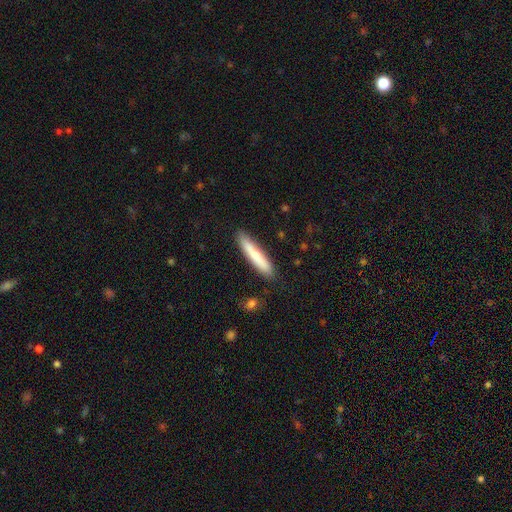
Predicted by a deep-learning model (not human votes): Q: Smooth or featured?
A: smooth (74%); runner-up: featured or disk (20%)
Q: How rounded?
A: cigar-shaped (90%); runner-up: in between (9%)
Q: Merging?
A: none (85%); runner-up: minor disturbance (11%)